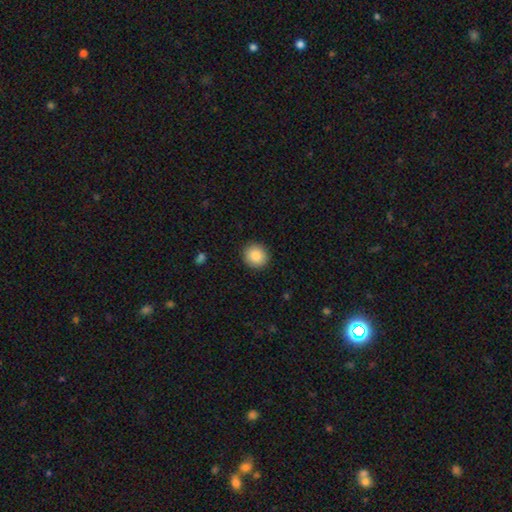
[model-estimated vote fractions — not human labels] A smooth galaxy with no disk features (87%) that is round (89%). Merging: none (92%).